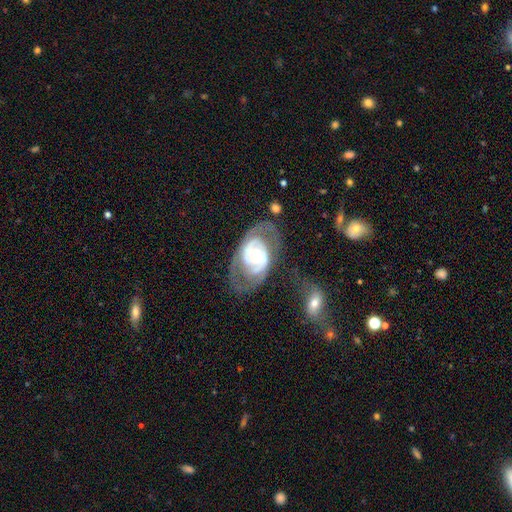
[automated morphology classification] smooth_or_featured: featured or disk (p=0.81) [alt: smooth p=0.15]
disk_edge_on: no (p=0.95) [alt: yes p=0.05]
bar: no (p=0.59) [alt: weak p=0.29]
has_spiral_arms: yes (p=0.74) [alt: no p=0.26]
spiral_winding: tight (p=0.49) [alt: medium p=0.36]
spiral_arm_count: 2 (p=0.65) [alt: can't tell p=0.21]
bulge_size: moderate (p=0.68) [alt: small p=0.17]
merging: none (p=0.58) [alt: major disturbance p=0.19]